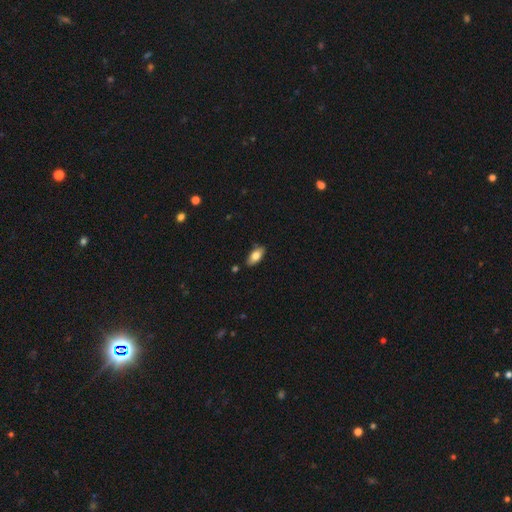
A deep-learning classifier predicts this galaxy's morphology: Smooth or featured? smooth (77%)
How rounded? in between (88%)
Merging? none (84%)